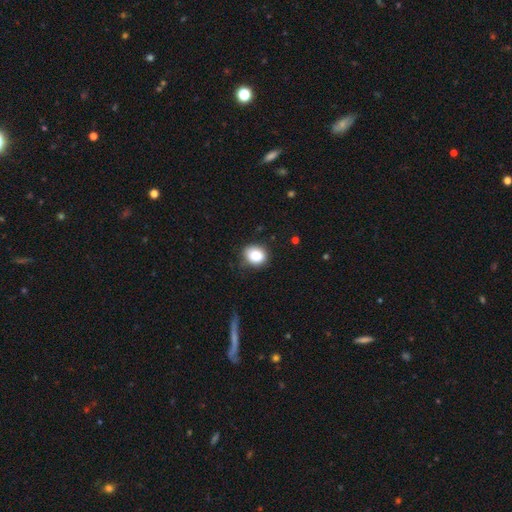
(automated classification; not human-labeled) smooth_or_featured: smooth (p=0.85) [alt: star or artifact p=0.09]
how_rounded: round (p=0.62) [alt: in between p=0.37]
merging: none (p=0.80) [alt: minor disturbance p=0.15]